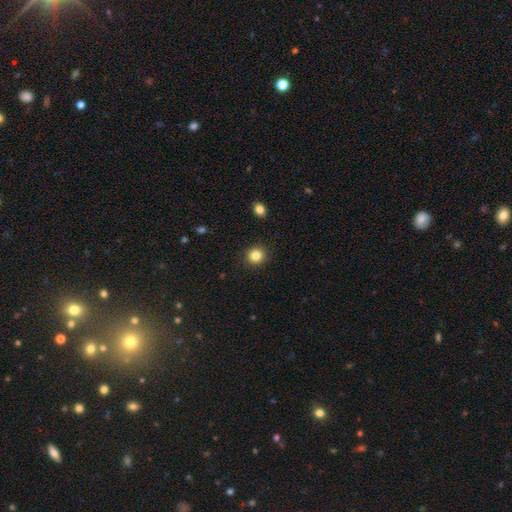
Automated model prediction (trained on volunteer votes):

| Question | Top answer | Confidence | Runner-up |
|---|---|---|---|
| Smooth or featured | smooth | 84% | star or artifact (11%) |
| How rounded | round | 89% | in between (10%) |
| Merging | none | 91% | minor disturbance (6%) |